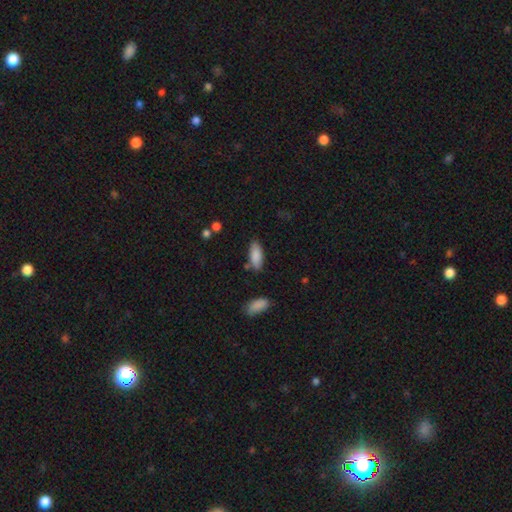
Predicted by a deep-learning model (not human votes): smooth 86%, featured or disk 7%, star or artifact 7%. Down the decision tree: how rounded — in between (80%); merging — none (76%).